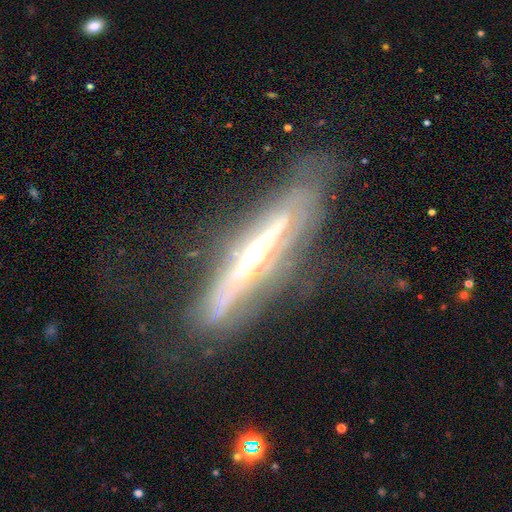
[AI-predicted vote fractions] Smooth or featured?
  - featured or disk: 82% *
  - smooth: 12%
  - star or artifact: 6%
Edge-on disk?
  - yes: 82% *
  - no: 18%
Edge-on bulge?
  - rounded: 75% *
  - none: 18%
  - boxy: 7%
Merging?
  - none: 62% *
  - minor disturbance: 21%
  - major disturbance: 15%
  - merger: 2%